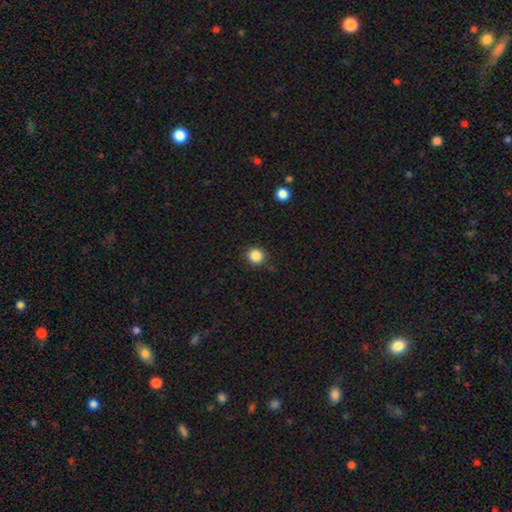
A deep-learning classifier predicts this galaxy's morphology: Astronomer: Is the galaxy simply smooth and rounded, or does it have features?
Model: smooth — 86%.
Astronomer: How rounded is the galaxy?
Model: round — 93%.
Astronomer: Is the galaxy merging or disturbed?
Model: none — 87%.